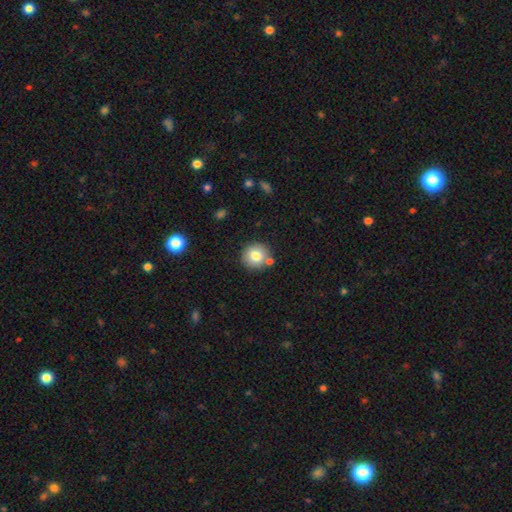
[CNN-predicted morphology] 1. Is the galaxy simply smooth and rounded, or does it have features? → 79% smooth, 11% featured or disk, 10% star or artifact.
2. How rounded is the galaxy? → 91% round, 8% in between, 1% cigar-shaped.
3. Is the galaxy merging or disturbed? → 77% none, 11% merger, 9% minor disturbance, 2% major disturbance.